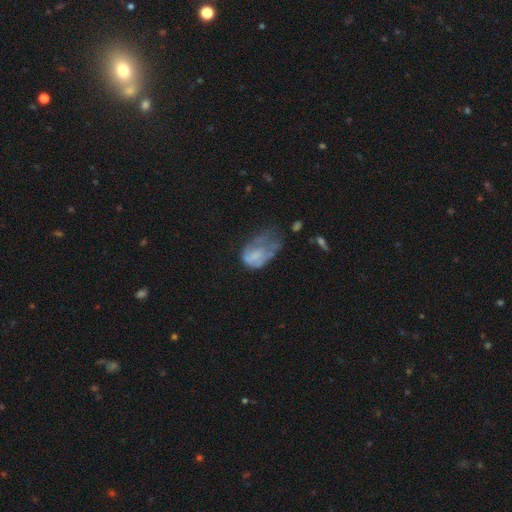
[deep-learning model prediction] Morphology: type=smooth (54%); roundness=in between (82%); merging=major disturbance (50%).